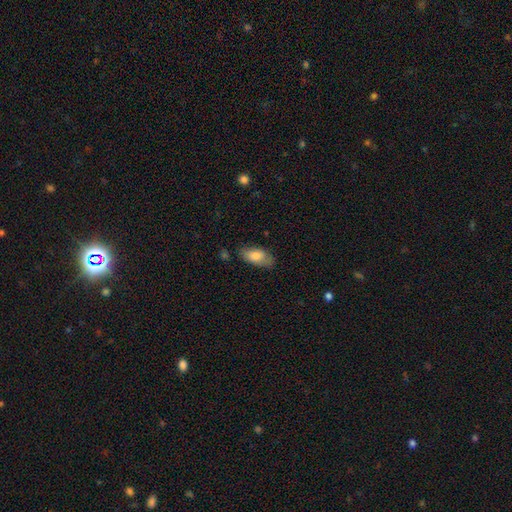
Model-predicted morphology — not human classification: smooth 78%, featured or disk 15%, star or artifact 7%. Down the decision tree: how rounded — in between (90%); merging — none (73%).